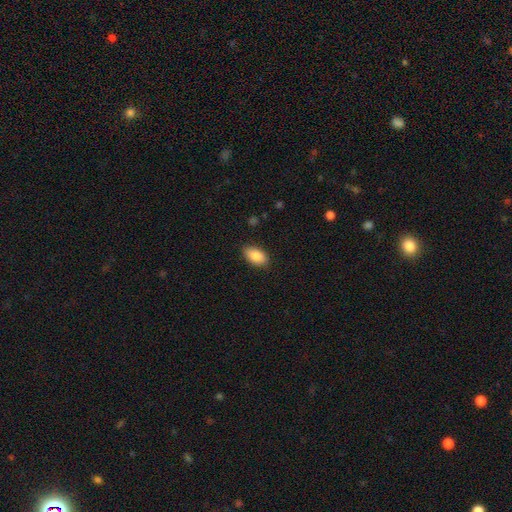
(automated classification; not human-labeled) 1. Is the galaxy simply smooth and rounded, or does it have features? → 88% smooth, 7% star or artifact, 5% featured or disk.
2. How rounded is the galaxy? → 93% in between, 5% round, 2% cigar-shaped.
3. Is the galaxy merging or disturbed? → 87% none, 10% minor disturbance, 2% major disturbance, 1% merger.